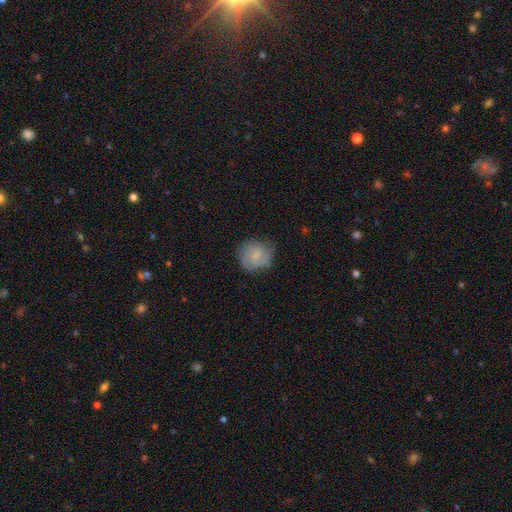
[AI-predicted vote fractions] smooth 55%, featured or disk 38%, star or artifact 8%. Down the decision tree: how rounded — round (80%); merging — none (69%).